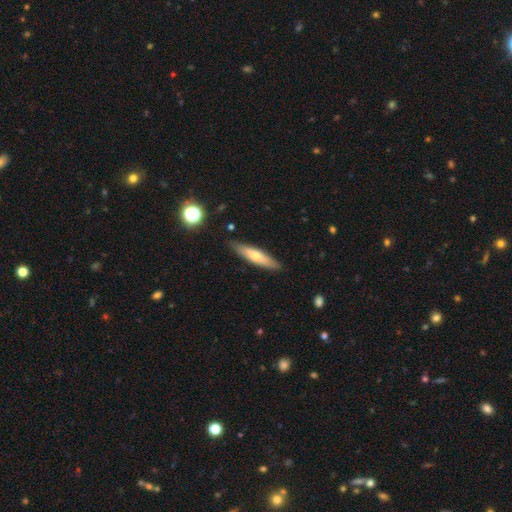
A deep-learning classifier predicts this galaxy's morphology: Smooth or featured? Predicted: smooth (p=0.61). How rounded? Predicted: cigar-shaped (p=0.79). Merging? Predicted: none (p=0.86).